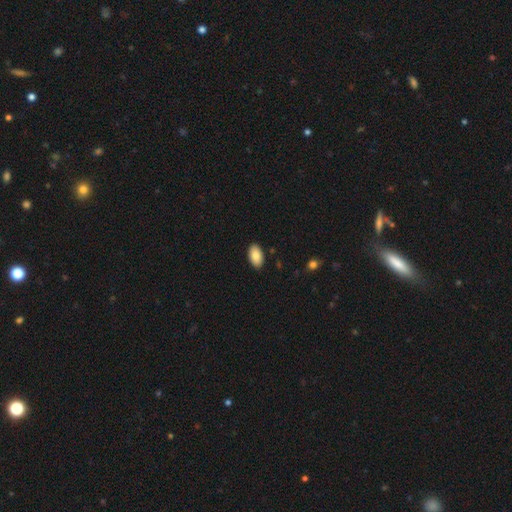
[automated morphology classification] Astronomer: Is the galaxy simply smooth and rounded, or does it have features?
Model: smooth — 86%.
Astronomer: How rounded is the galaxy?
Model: in between — 95%.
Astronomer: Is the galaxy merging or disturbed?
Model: none — 89%.